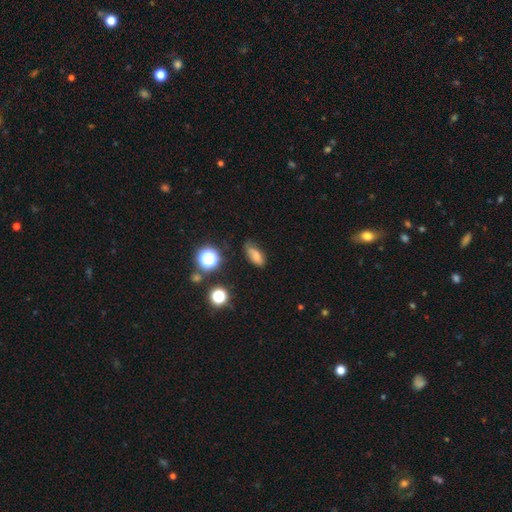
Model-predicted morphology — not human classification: Smooth or featured?
  - smooth: 72% *
  - star or artifact: 14%
  - featured or disk: 14%
How rounded?
  - in between: 79% *
  - cigar-shaped: 12%
  - round: 9%
Merging?
  - none: 62% *
  - minor disturbance: 28%
  - major disturbance: 8%
  - merger: 3%